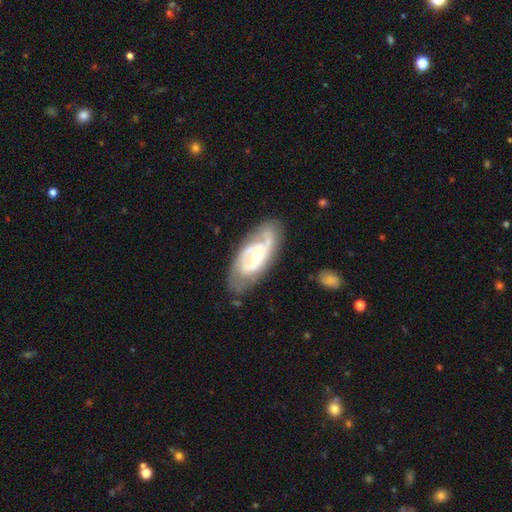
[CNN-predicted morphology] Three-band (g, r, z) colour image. It shows a featured or disk galaxy (80%) with no bar (63%), 2 (49%) tight (49%) spiral arms (90%) and a moderate central bulge (51%). Merging: none (68%).